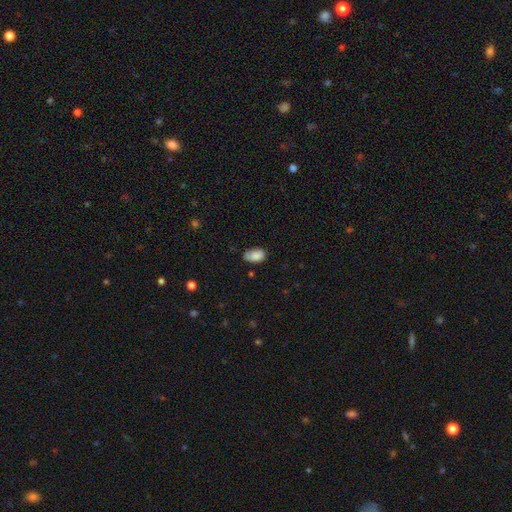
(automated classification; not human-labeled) smooth 86%, star or artifact 8%, featured or disk 6%. Down the decision tree: how rounded — in between (92%); merging — none (63%).